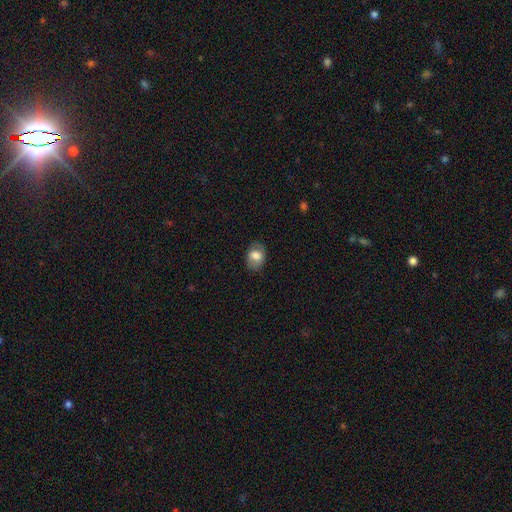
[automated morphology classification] smooth 72%, featured or disk 20%, star or artifact 8%. Down the decision tree: how rounded — in between (78%); merging — none (78%).